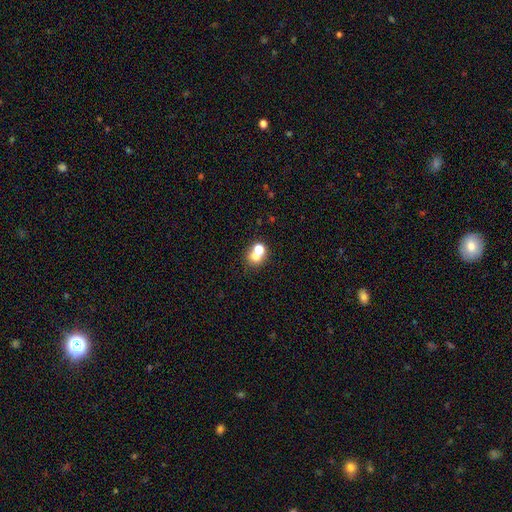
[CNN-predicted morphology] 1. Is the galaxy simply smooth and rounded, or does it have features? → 67% smooth, 18% featured or disk, 16% star or artifact.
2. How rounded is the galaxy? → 68% round, 31% in between, 1% cigar-shaped.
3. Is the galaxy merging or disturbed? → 51% merger, 38% none, 7% minor disturbance, 4% major disturbance.